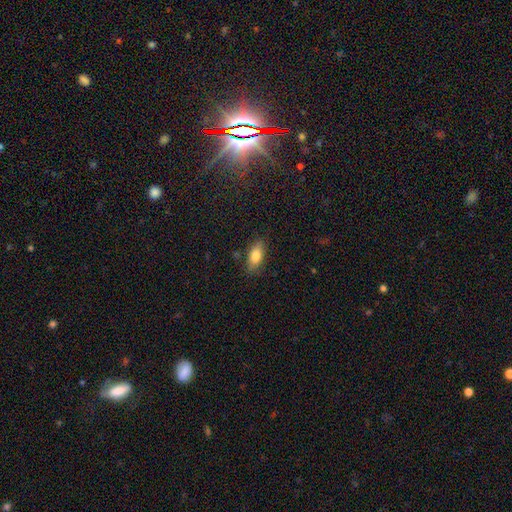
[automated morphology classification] type=smooth (78%); roundness=in between (83%); merging=none (83%).